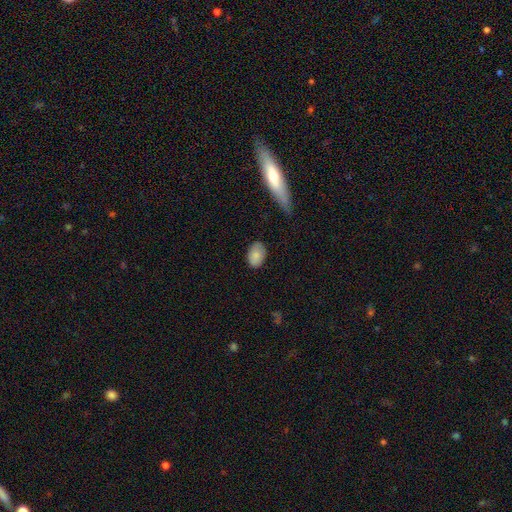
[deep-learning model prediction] smooth-or-featured: smooth: 84% | featured or disk: 8% | star or artifact: 7%
  how-rounded: in between: 87% | round: 11% | cigar-shaped: 1%
  merging: none: 79% | minor disturbance: 16% | major disturbance: 3% | merger: 1%